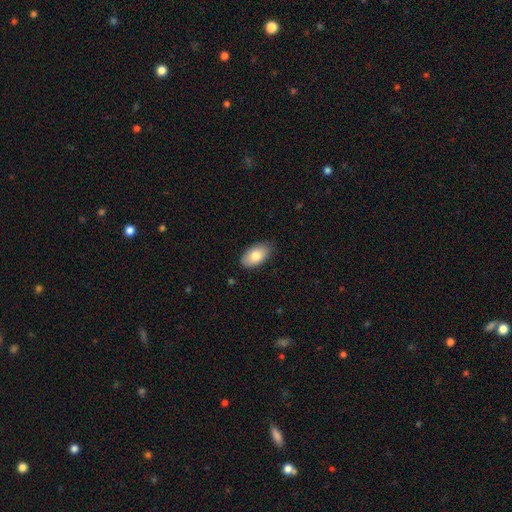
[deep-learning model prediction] A smooth galaxy with no disk features (79%) that is in between round and cigar-shaped (94%).

Vote fractions:
- Smooth or featured? smooth: 79% / featured or disk: 15% / star or artifact: 7%
- How rounded? in between: 94% / round: 4% / cigar-shaped: 2%
- Merging? none: 83% / minor disturbance: 14% / major disturbance: 2% / merger: 1%